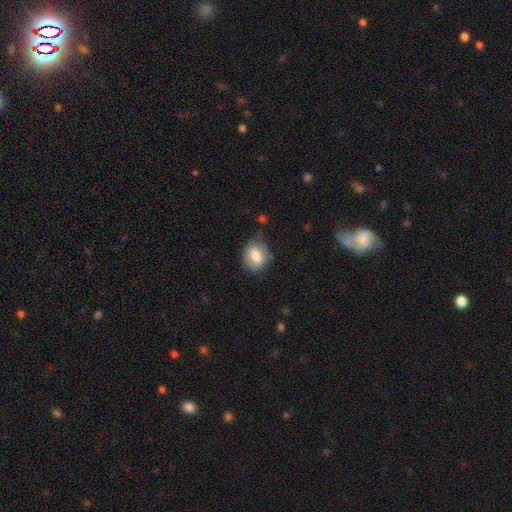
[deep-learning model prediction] smooth-or-featured: smooth: 76% | featured or disk: 16% | star or artifact: 8%
  how-rounded: in between: 65% | round: 33% | cigar-shaped: 1%
  merging: none: 61% | minor disturbance: 28% | major disturbance: 8% | merger: 3%